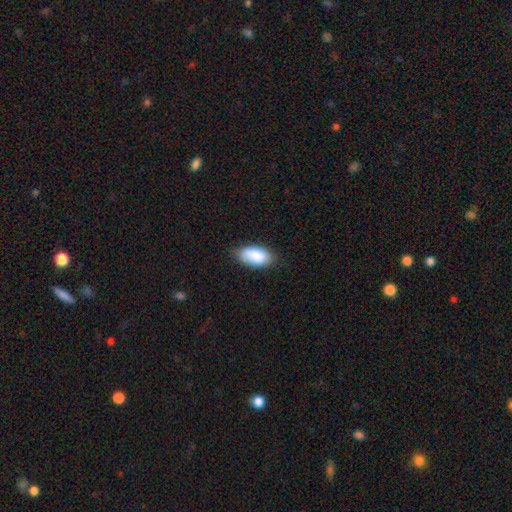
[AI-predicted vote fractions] The model was most divided on "merging": none: 79%, minor disturbance: 17%, major disturbance: 3%, merger: 1%. More confident: how rounded — in between (94%); smooth or featured — smooth (86%).